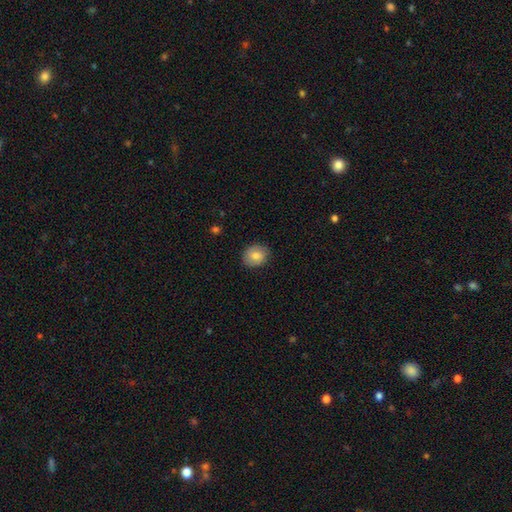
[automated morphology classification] smooth_or_featured: smooth (p=0.78) [alt: featured or disk p=0.14]
how_rounded: round (p=0.56) [alt: in between p=0.43]
merging: none (p=0.84) [alt: minor disturbance p=0.13]